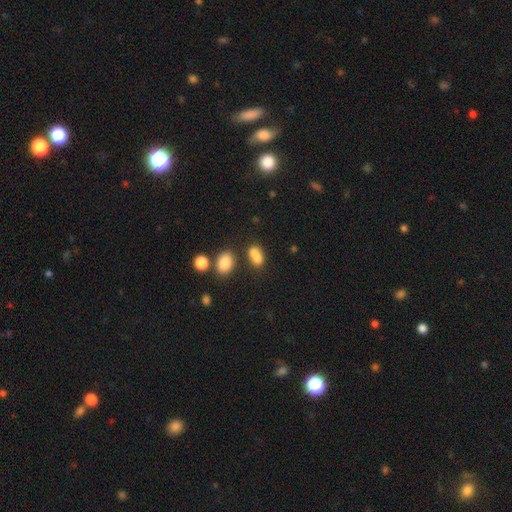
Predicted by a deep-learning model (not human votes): The model was most divided on "merging": merger: 46%, none: 36%, minor disturbance: 12%, major disturbance: 6%. More confident: smooth or featured — smooth (78%); how rounded — in between (73%).